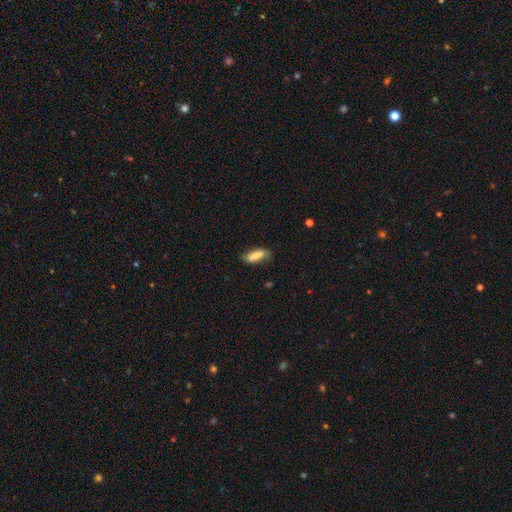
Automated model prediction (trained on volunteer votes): Smooth or featured? smooth (80%)
How rounded? in between (66%)
Merging? none (66%)